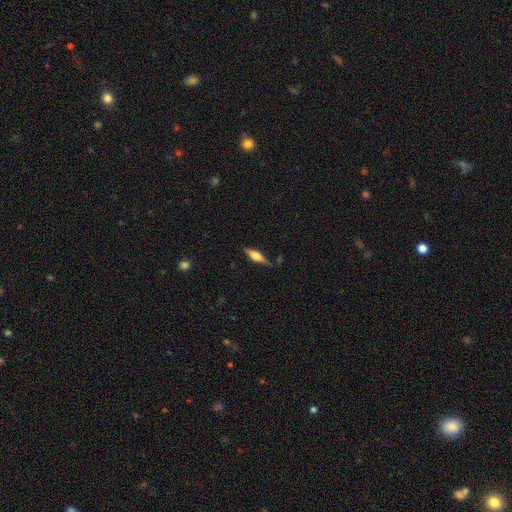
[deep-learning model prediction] featured or disk 57%, smooth 36%, star or artifact 7%. Down the decision tree: edge-on disk — yes (95%); edge-on bulge — rounded (85%); merging — none (79%).